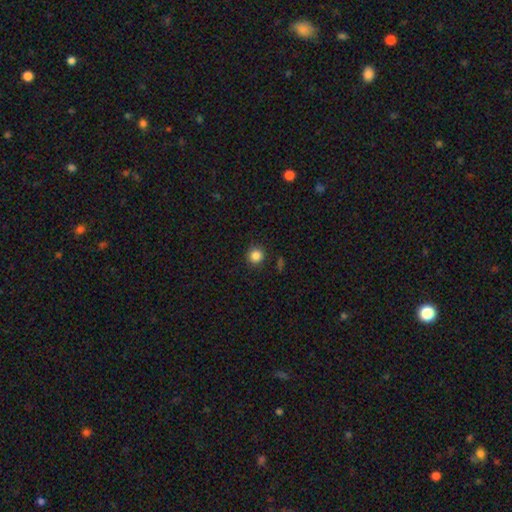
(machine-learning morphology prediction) Smooth or featured? Predicted: smooth (p=0.85). How rounded? Predicted: round (p=0.93). Merging? Predicted: none (p=0.91).